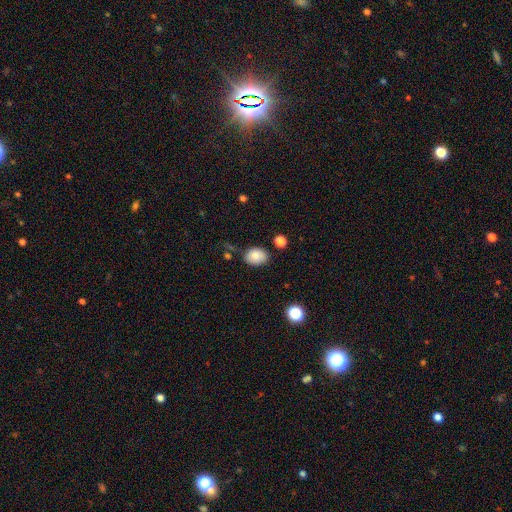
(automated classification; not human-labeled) smooth_or_featured: smooth (p=0.83) [alt: star or artifact p=0.09]
how_rounded: in between (p=0.69) [alt: round p=0.30]
merging: none (p=0.77) [alt: minor disturbance p=0.15]